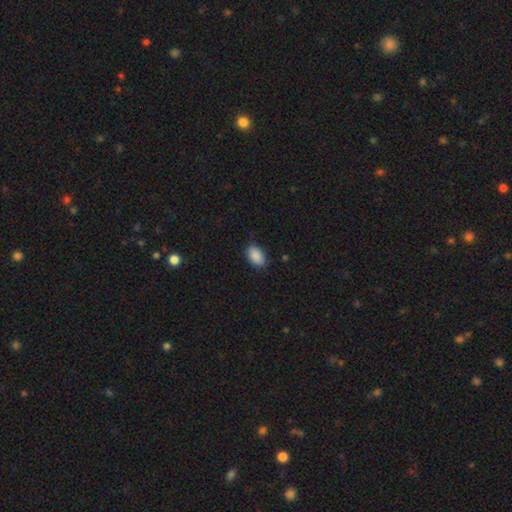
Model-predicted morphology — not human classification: Q: Smooth or featured?
A: smooth (90%); runner-up: star or artifact (7%)
Q: How rounded?
A: in between (91%); runner-up: round (8%)
Q: Merging?
A: none (83%); runner-up: minor disturbance (13%)